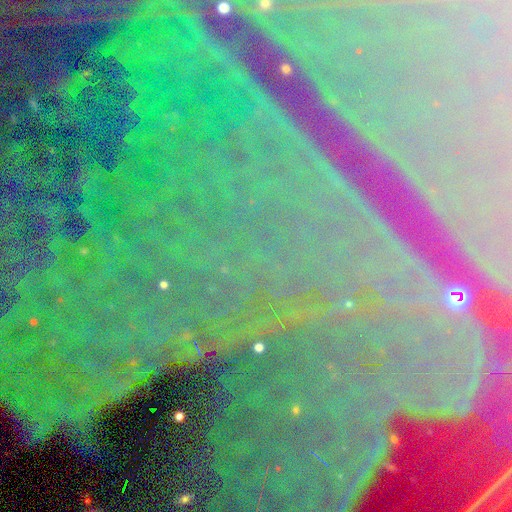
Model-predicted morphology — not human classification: Smooth or featured? star or artifact (87%)